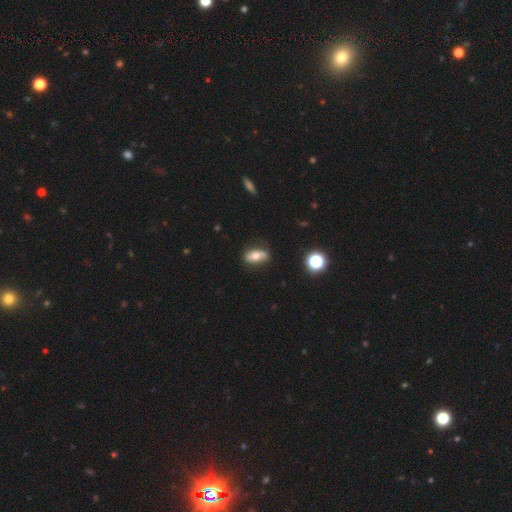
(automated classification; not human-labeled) This appears to be a smooth galaxy with no disk features (60%) that is in between round and cigar-shaped (80%). Merging: none (74%).